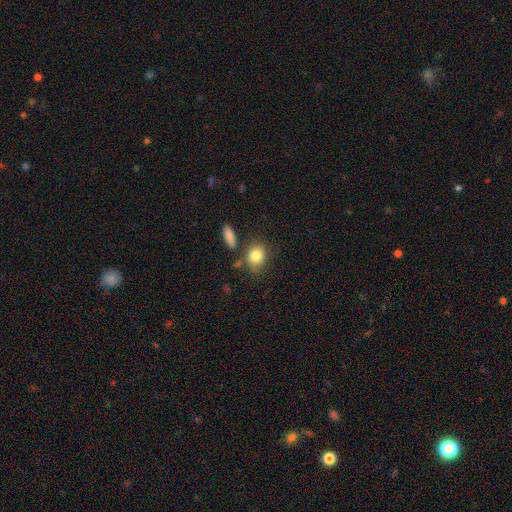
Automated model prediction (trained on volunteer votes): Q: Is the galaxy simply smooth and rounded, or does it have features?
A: smooth — 84%.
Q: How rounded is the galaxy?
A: round — 53%.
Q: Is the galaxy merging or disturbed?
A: none — 67%.